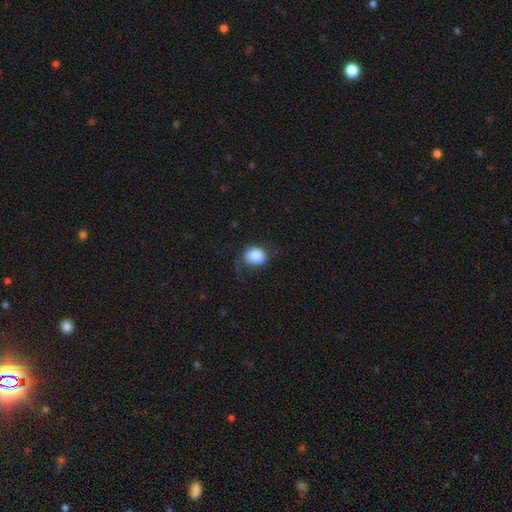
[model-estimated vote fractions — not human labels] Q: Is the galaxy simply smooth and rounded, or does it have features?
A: smooth — 83%.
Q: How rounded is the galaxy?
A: round — 54%.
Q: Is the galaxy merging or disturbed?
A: none — 63%.